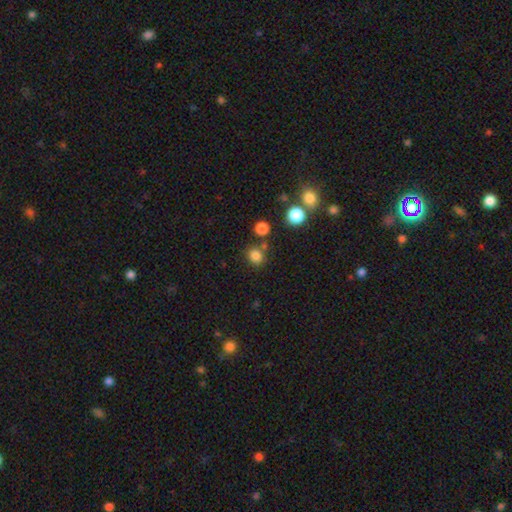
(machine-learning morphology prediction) smooth 81%, star or artifact 14%, featured or disk 5%. Down the decision tree: how rounded — round (83%); merging — none (76%).